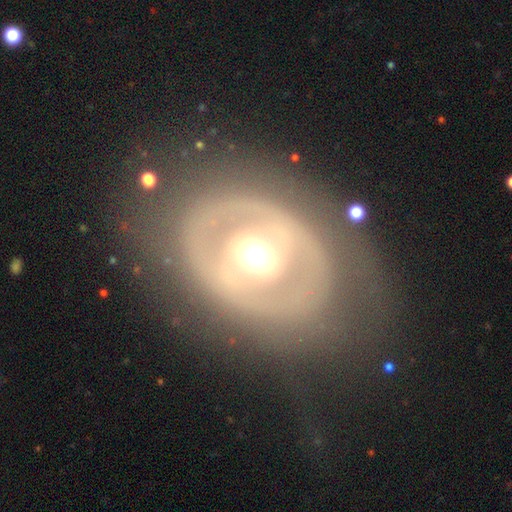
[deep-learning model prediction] Overall: featured or disk (72%). Edge-on disk: no (94%). Bar: no (53%; weak 26%). Spiral arms: no (72%). Bulge size: moderate (68%). Merging: none (71%).